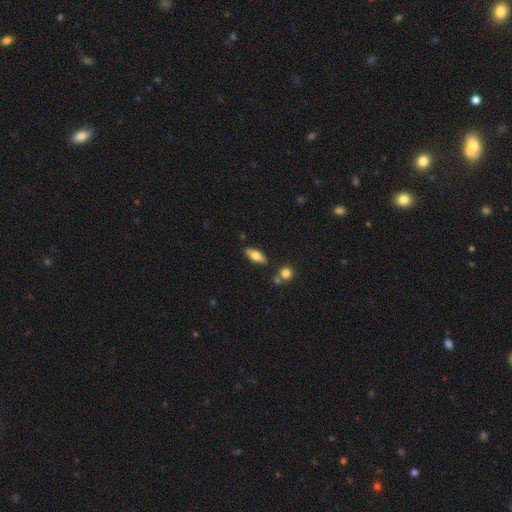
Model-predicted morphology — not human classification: smooth-or-featured: smooth: 65% | featured or disk: 29% | star or artifact: 7%
  how-rounded: in between: 74% | cigar-shaped: 23% | round: 3%
  merging: none: 82% | minor disturbance: 11% | merger: 5% | major disturbance: 2%